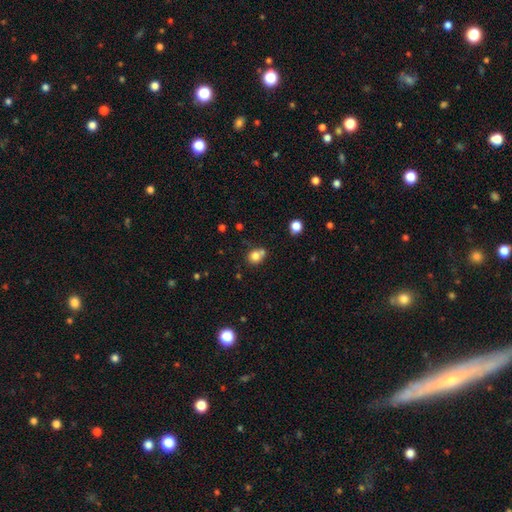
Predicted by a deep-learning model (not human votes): Smooth or featured: smooth — 79% (star or artifact — 12%)
How rounded: round — 72% (in between — 27%)
Merging: none — 52% (merger — 30%)